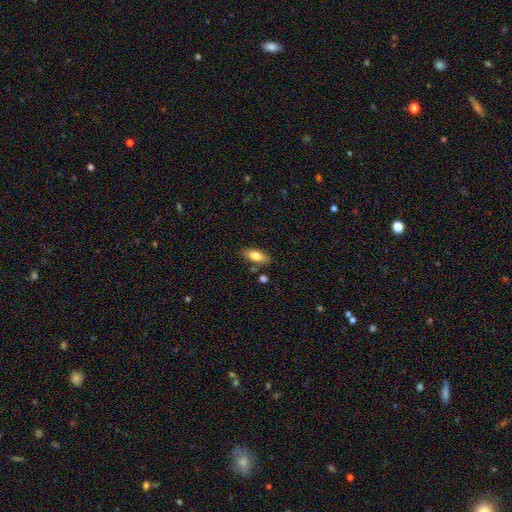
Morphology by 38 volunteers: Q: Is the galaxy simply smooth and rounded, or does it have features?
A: smooth — 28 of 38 (74%).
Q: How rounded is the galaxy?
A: in between — 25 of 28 (89%).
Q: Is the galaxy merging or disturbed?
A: none — 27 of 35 (77%).